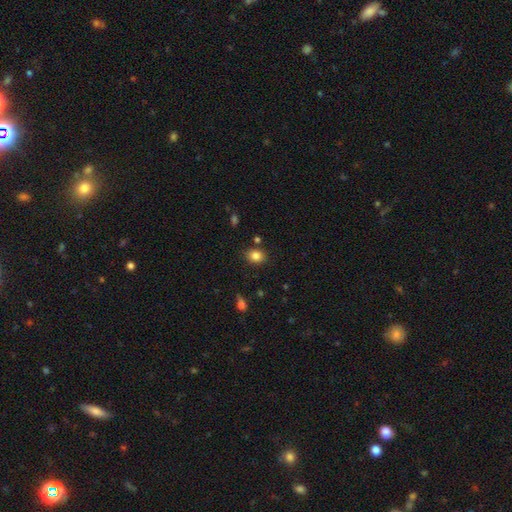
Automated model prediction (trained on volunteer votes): A smooth galaxy with no disk features (83%) that is in between round and cigar-shaped (53%). Merging: none (84%).